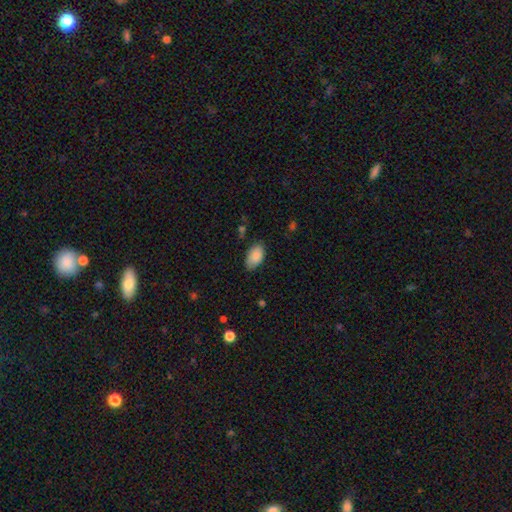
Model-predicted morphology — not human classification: type=smooth (88%); roundness=in between (94%); merging=none (78%).